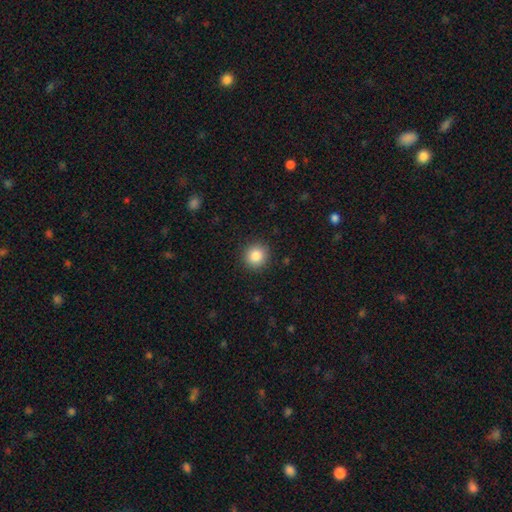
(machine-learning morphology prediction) A smooth galaxy with no disk features (86%) that is round (92%). Merging: none (91%).